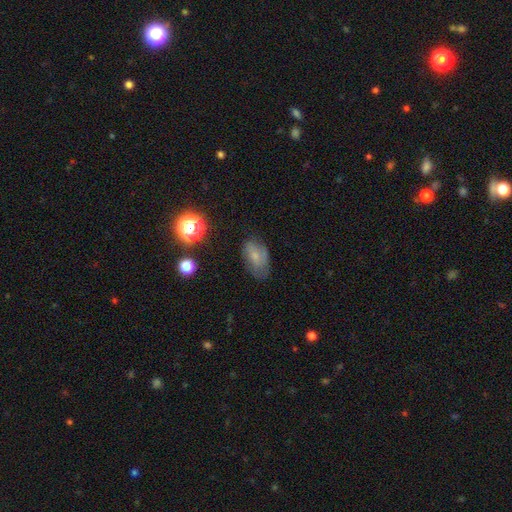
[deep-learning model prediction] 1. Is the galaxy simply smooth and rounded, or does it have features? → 59% smooth, 29% featured or disk, 12% star or artifact.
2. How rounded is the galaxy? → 87% in between, 10% round, 3% cigar-shaped.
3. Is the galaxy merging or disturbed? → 58% none, 28% minor disturbance, 12% major disturbance, 2% merger.